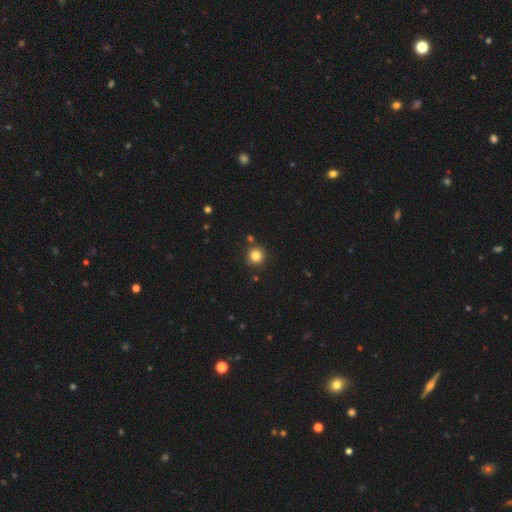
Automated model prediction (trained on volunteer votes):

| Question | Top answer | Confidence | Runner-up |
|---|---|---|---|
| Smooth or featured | smooth | 83% | star or artifact (12%) |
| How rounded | round | 92% | in between (7%) |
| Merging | none | 85% | minor disturbance (8%) |